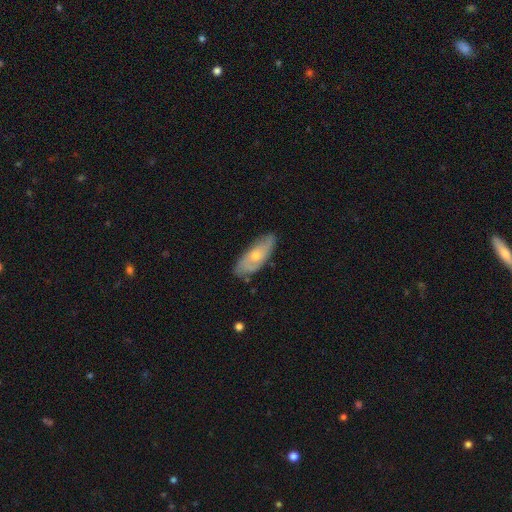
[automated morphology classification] type=featured or disk (55%); edge-on=no (80%); merging=none (77%).